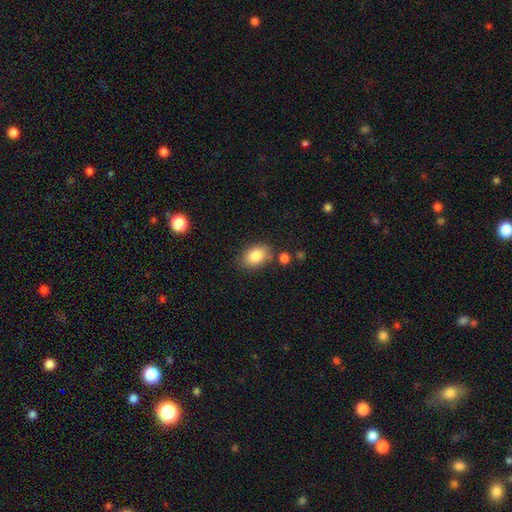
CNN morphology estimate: smooth_or_featured: smooth (p=0.85) [alt: star or artifact p=0.08]
how_rounded: in between (p=0.87) [alt: round p=0.12]
merging: none (p=0.76) [alt: minor disturbance p=0.14]